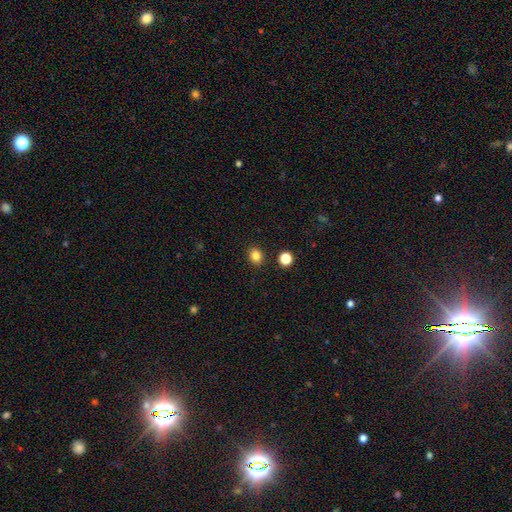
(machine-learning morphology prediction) type=smooth (83%); roundness=round (50%); merging=none (88%).